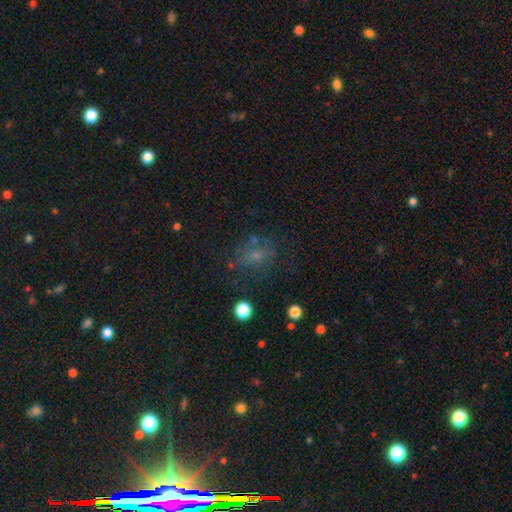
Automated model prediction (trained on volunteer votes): This is possibly a smooth galaxy (54%). How rounded: likely in between (63%). Merging: likely none (60%).